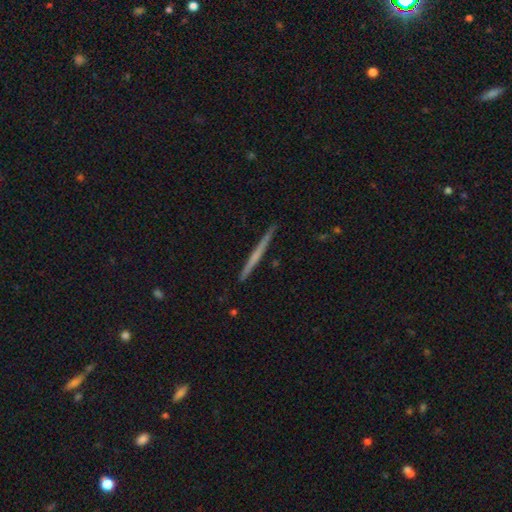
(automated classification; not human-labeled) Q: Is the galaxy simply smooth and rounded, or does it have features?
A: featured or disk — 55%.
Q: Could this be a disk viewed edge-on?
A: yes — 98%.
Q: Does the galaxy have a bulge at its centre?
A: none — 83%.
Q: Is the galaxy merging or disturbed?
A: none — 92%.